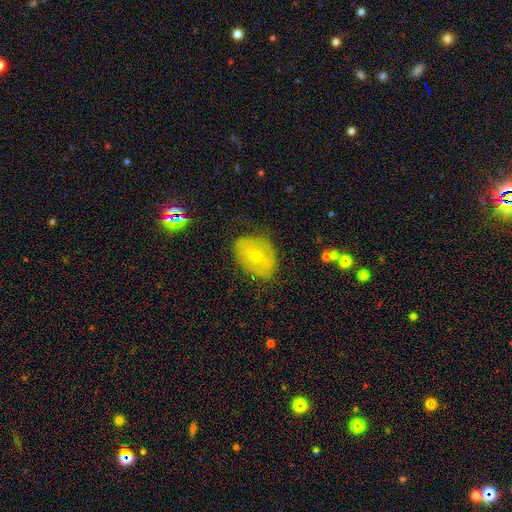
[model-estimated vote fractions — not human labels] Smooth or featured: smooth — 51% (featured or disk — 42%)
How rounded: in between — 70% (round — 29%)
Merging: none — 66% (minor disturbance — 23%)